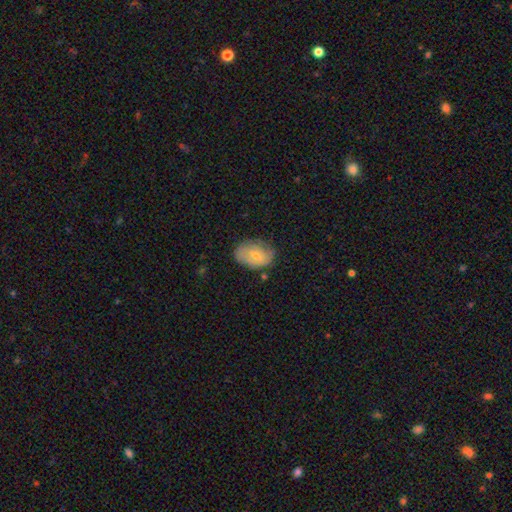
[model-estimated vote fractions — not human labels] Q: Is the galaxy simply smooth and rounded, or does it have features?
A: smooth — 55%.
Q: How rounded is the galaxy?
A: in between — 85%.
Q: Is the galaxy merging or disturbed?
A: none — 70%.